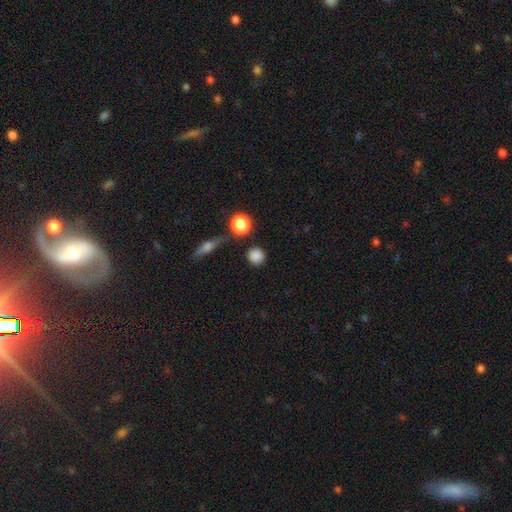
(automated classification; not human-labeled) A smooth galaxy with no disk features (84%) that is round (92%).

Vote fractions:
- Smooth or featured? smooth: 84% / star or artifact: 10% / featured or disk: 5%
- How rounded? round: 92% / in between: 6% / cigar-shaped: 1%
- Merging? none: 85% / minor disturbance: 8% / merger: 4% / major disturbance: 3%